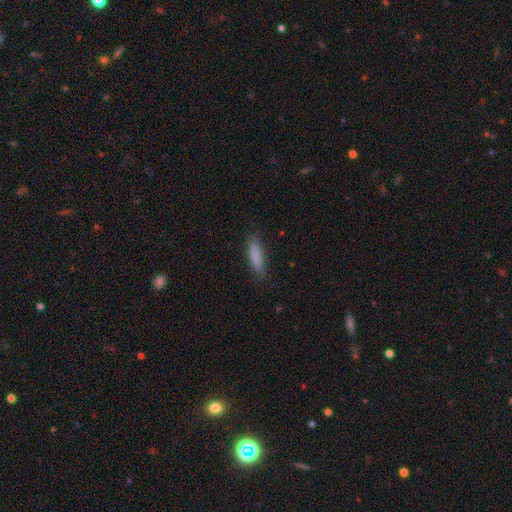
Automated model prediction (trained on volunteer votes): The model was most divided on "how rounded": cigar-shaped: 63%, in between: 36%, round: 2%. More confident: smooth or featured — smooth (85%); merging — none (82%).